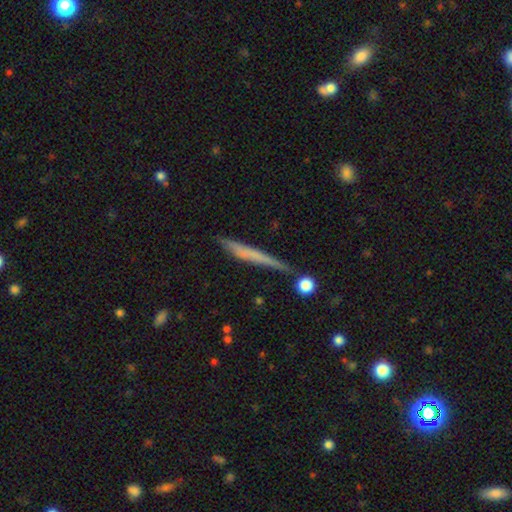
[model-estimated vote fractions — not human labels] A smooth galaxy with no disk features (51%) that is cigar-shaped (95%).

Vote fractions:
- Smooth or featured? smooth: 51% / featured or disk: 42% / star or artifact: 7%
- How rounded? cigar-shaped: 95% / in between: 3% / round: 2%
- Merging? none: 76% / minor disturbance: 17% / merger: 4% / major disturbance: 4%